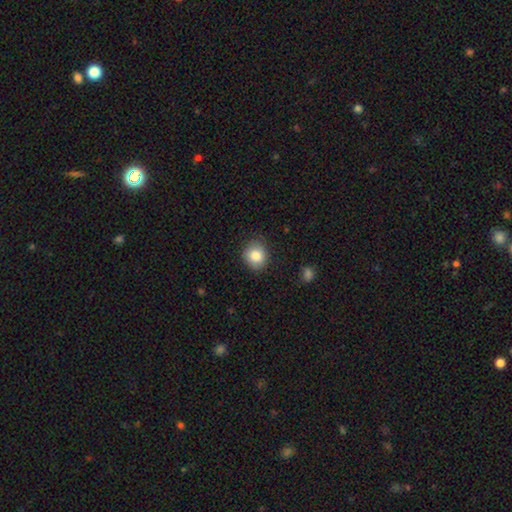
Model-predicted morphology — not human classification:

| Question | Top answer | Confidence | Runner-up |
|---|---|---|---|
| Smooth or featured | smooth | 84% | star or artifact (9%) |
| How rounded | round | 82% | in between (17%) |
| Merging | none | 85% | minor disturbance (11%) |